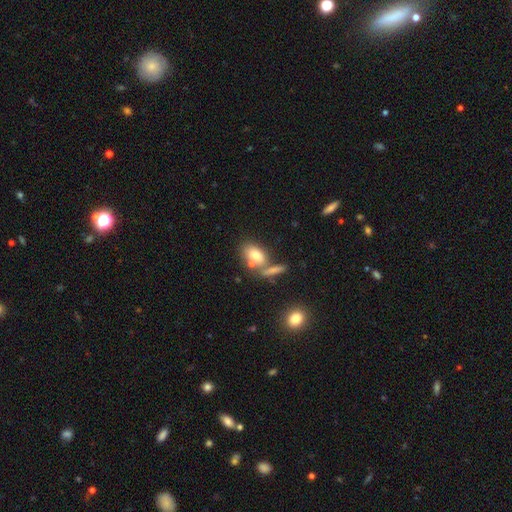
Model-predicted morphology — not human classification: Smooth or featured? Predicted: smooth (p=0.76). How rounded? Predicted: in between (p=0.85). Merging? Predicted: none (p=0.47).